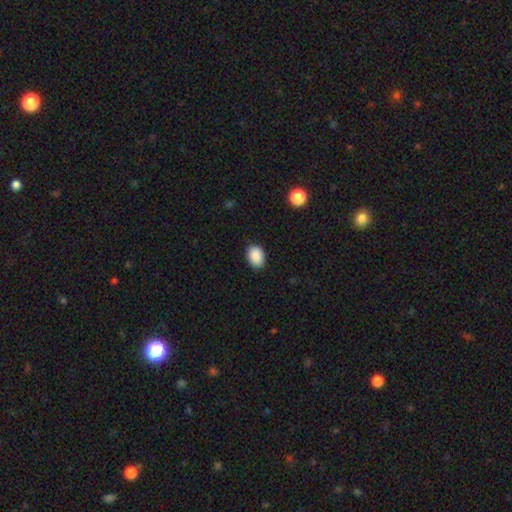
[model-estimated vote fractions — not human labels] This appears to be a smooth galaxy with no disk features (89%) that is in between round and cigar-shaped (71%). Merging: none (86%).